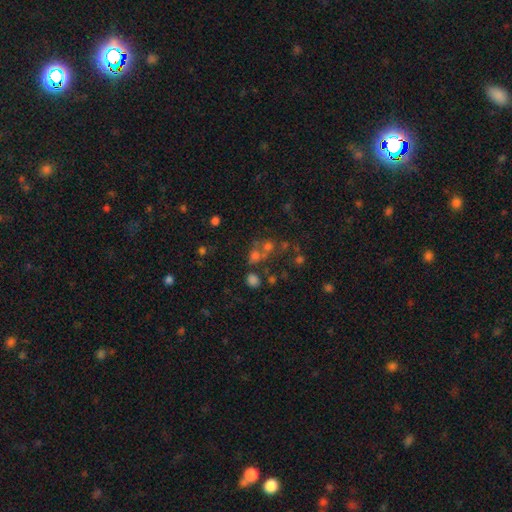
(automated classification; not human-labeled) Morphology: type=smooth (53%); roundness=round (71%); merging=none (43%).